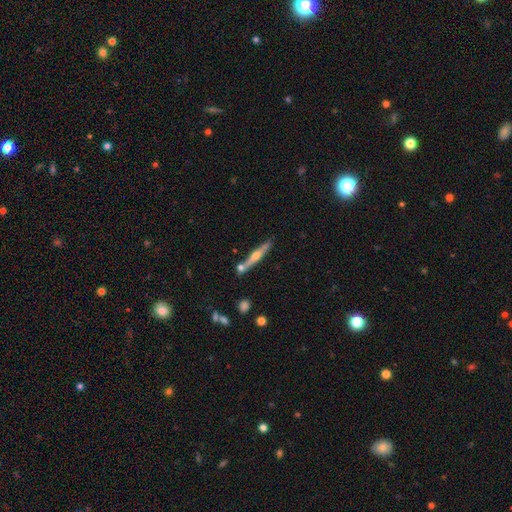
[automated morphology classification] This is likely a featured or disk galaxy (65%). It is clearly viewed edge-on (96%). Edge-on bulge: clearly rounded (88%). Merging: likely none (75%).